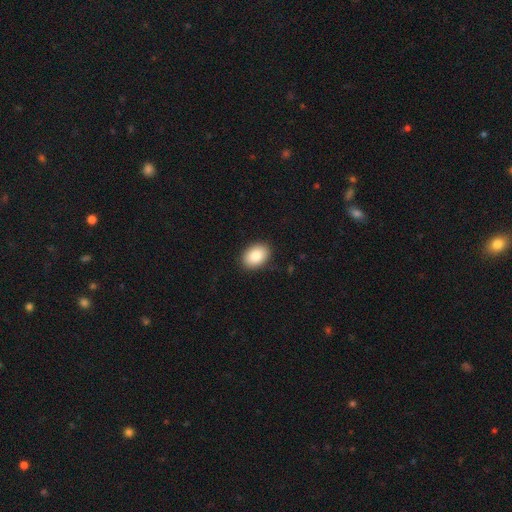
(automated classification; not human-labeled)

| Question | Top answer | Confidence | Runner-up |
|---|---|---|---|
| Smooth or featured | smooth | 86% | star or artifact (7%) |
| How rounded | in between | 79% | round (20%) |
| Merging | none | 89% | minor disturbance (8%) |